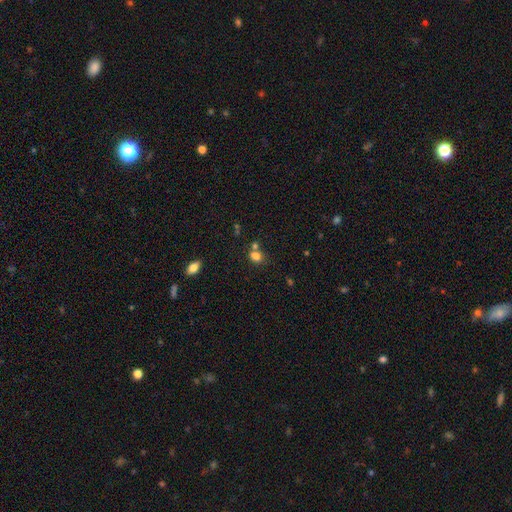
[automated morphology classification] A smooth galaxy with no disk features (78%) that is in between round and cigar-shaped (50%).

Vote fractions:
- Smooth or featured? smooth: 78% / star or artifact: 14% / featured or disk: 8%
- How rounded? in between: 50% / round: 49% / cigar-shaped: 1%
- Merging? none: 52% / merger: 31% / minor disturbance: 12% / major disturbance: 5%